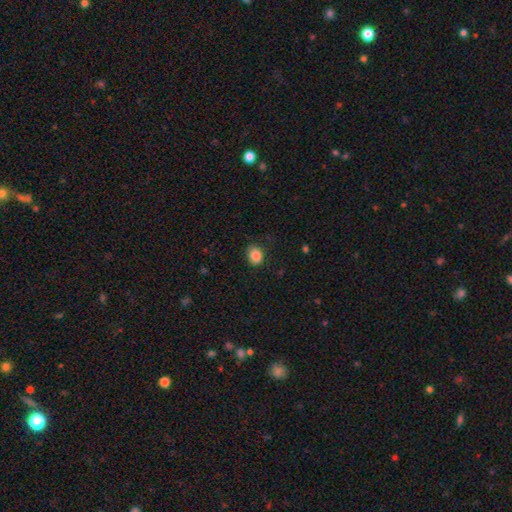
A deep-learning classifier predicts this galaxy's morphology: Smooth or featured? smooth (86%)
How rounded? round (51%)
Merging? none (78%)